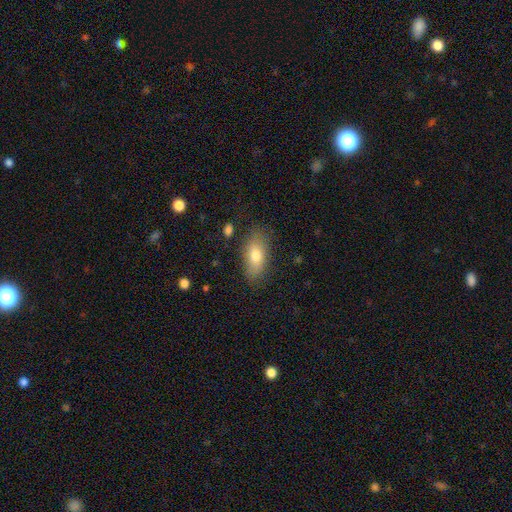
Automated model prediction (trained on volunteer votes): smooth-or-featured: smooth: 75% | featured or disk: 17% | star or artifact: 7%
  how-rounded: in between: 84% | cigar-shaped: 11% | round: 5%
  merging: none: 78% | minor disturbance: 16% | major disturbance: 5% | merger: 2%